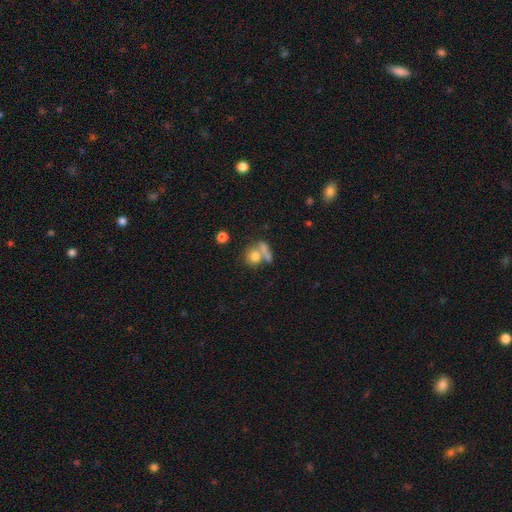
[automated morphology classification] Overall: smooth (76%). How rounded: round (69%). Merging: none (45%; merger 40%).